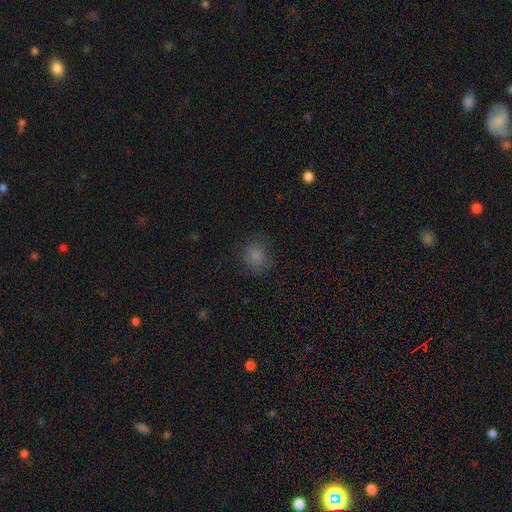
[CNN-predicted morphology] Q: Smooth or featured?
A: smooth (82%); runner-up: star or artifact (13%)
Q: How rounded?
A: round (81%); runner-up: in between (18%)
Q: Merging?
A: none (80%); runner-up: minor disturbance (13%)